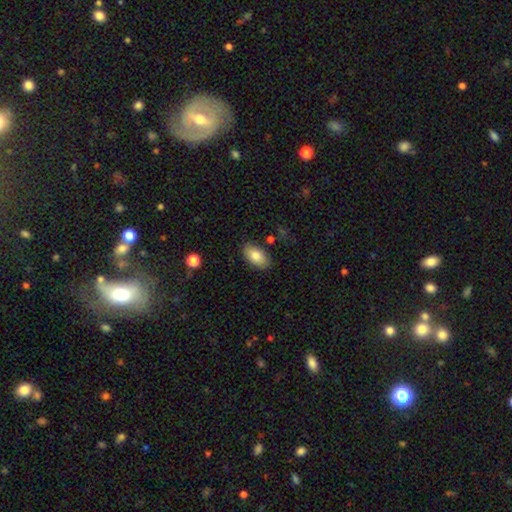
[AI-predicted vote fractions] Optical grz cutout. It shows a smooth galaxy with no disk features (83%) that is in between round and cigar-shaped (94%). Merging: none (84%).